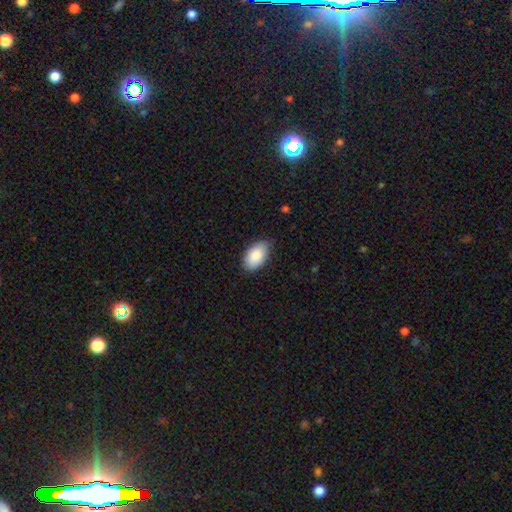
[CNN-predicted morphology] A smooth galaxy with no disk features (88%) that is in between round and cigar-shaped (94%).

Vote fractions:
- Smooth or featured? smooth: 88% / featured or disk: 6% / star or artifact: 6%
- How rounded? in between: 94% / round: 4% / cigar-shaped: 1%
- Merging? none: 79% / minor disturbance: 17% / major disturbance: 3% / merger: 1%